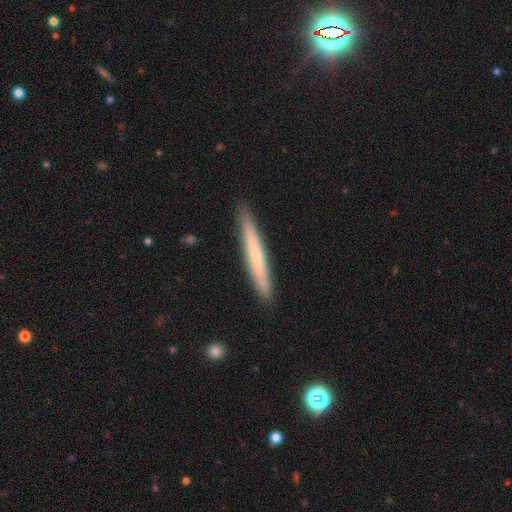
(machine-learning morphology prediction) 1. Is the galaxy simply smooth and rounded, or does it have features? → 57% smooth, 38% featured or disk, 6% star or artifact.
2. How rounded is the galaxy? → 96% cigar-shaped, 2% in between, 1% round.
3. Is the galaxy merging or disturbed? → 91% none, 7% minor disturbance, 1% major disturbance, 1% merger.